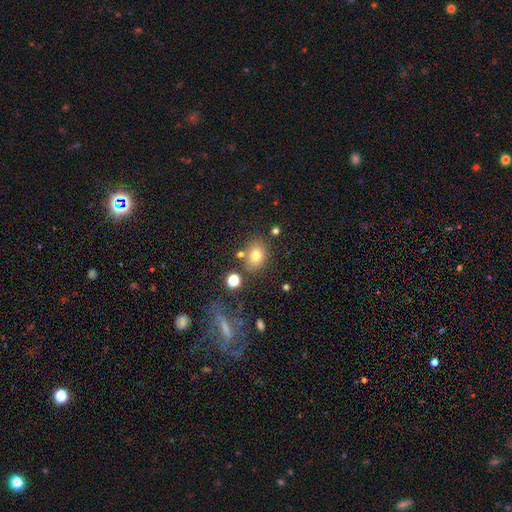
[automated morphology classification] smooth-or-featured: smooth: 73% | star or artifact: 15% | featured or disk: 12%
  how-rounded: round: 51% | in between: 48% | cigar-shaped: 1%
  merging: none: 74% | minor disturbance: 12% | merger: 9% | major disturbance: 5%